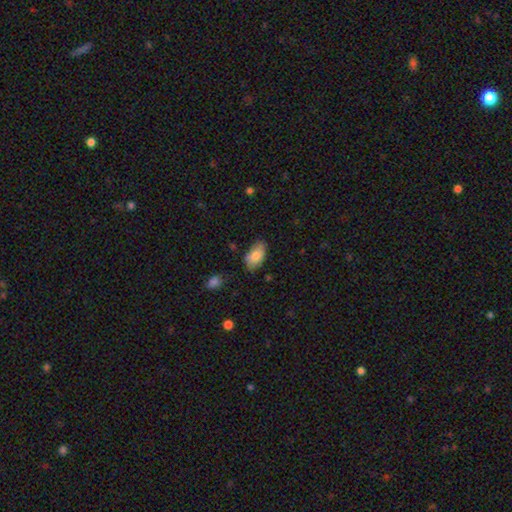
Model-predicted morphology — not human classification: type=smooth (80%); roundness=in between (94%); merging=none (77%).